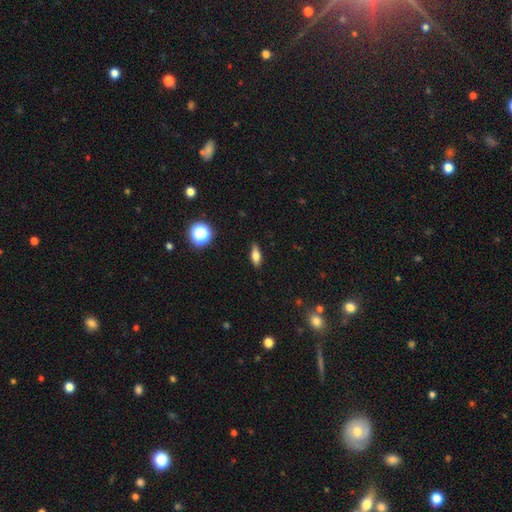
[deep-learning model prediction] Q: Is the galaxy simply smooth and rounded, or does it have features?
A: smooth — 69%.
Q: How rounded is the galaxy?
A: in between — 69%.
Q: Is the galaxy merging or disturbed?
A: none — 87%.